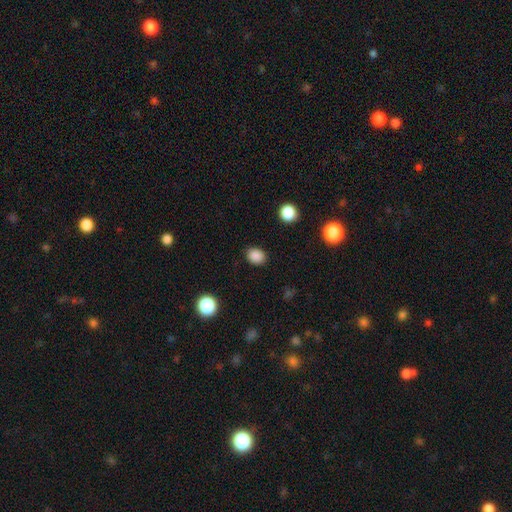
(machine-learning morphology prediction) A smooth galaxy with no disk features (86%) that is round (54%).

Vote fractions:
- Smooth or featured? smooth: 86% / star or artifact: 11% / featured or disk: 3%
- How rounded? round: 54% / in between: 45% / cigar-shaped: 1%
- Merging? none: 87% / minor disturbance: 9% / major disturbance: 3% / merger: 1%